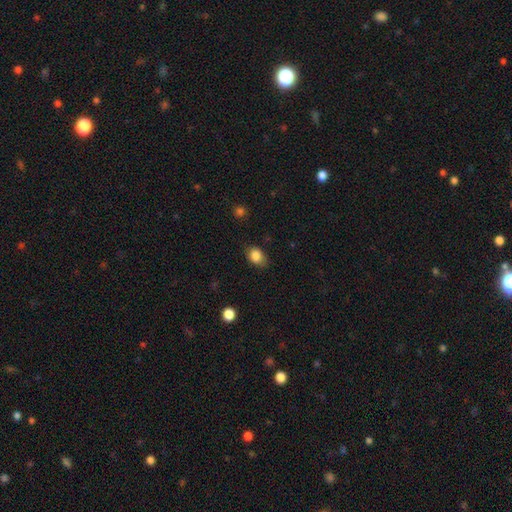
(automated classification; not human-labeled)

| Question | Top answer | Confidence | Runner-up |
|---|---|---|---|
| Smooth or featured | smooth | 85% | star or artifact (9%) |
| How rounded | in between | 71% | round (28%) |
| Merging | none | 74% | minor disturbance (21%) |